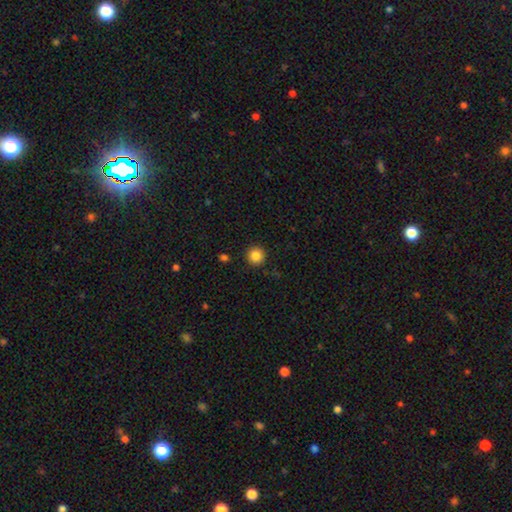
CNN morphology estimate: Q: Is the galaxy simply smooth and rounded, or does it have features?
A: smooth — 84%.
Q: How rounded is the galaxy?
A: round — 95%.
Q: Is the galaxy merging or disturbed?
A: none — 92%.